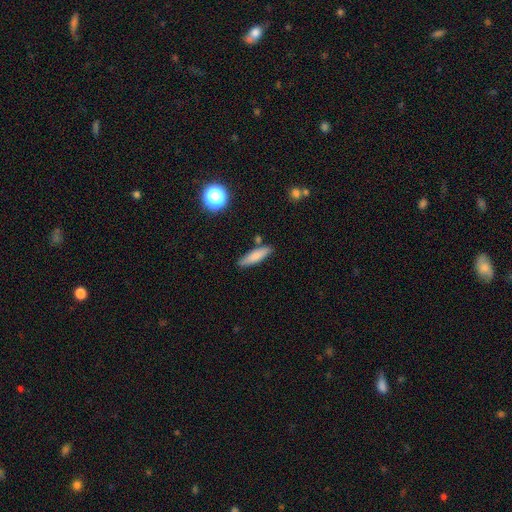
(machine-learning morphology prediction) Smooth or featured? smooth (77%)
How rounded? cigar-shaped (68%)
Merging? none (82%)